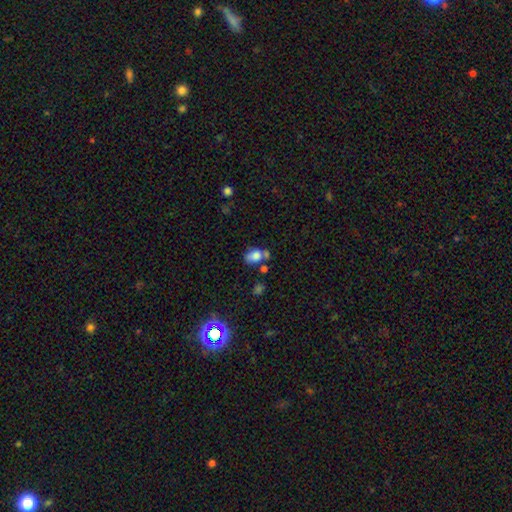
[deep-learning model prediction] This is likely a smooth galaxy (76%). How rounded: likely in between (79%). Merging: marginally none (43%).